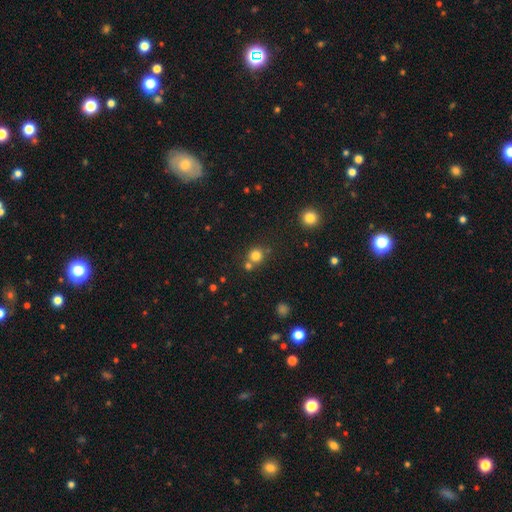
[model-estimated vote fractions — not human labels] A smooth galaxy with no disk features (79%) that is round (90%).

Vote fractions:
- Smooth or featured? smooth: 79% / star or artifact: 14% / featured or disk: 7%
- How rounded? round: 90% / in between: 9% / cigar-shaped: 1%
- Merging? none: 63% / merger: 26% / minor disturbance: 8% / major disturbance: 3%